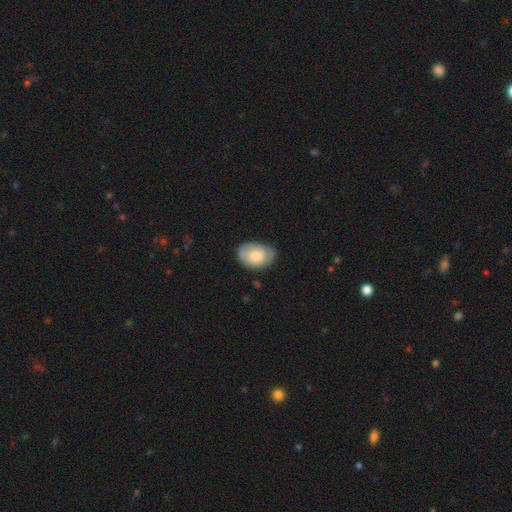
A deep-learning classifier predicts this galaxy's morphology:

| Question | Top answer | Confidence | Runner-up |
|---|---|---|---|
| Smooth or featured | smooth | 59% | featured or disk (35%) |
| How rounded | in between | 79% | round (20%) |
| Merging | none | 67% | minor disturbance (25%) |